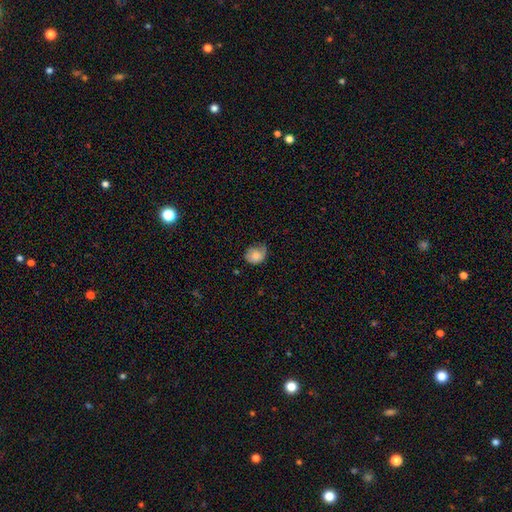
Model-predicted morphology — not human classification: A smooth galaxy with no disk features (79%) that is round (58%).

Vote fractions:
- Smooth or featured? smooth: 79% / featured or disk: 13% / star or artifact: 8%
- How rounded? round: 58% / in between: 41% / cigar-shaped: 1%
- Merging? none: 44% / minor disturbance: 41% / major disturbance: 13% / merger: 2%